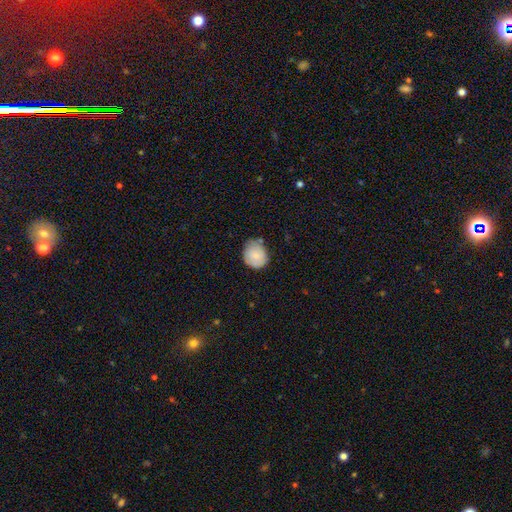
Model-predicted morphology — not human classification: smooth-or-featured: smooth: 77% | featured or disk: 16% | star or artifact: 7%
  how-rounded: round: 70% | in between: 29% | cigar-shaped: 1%
  merging: none: 60% | minor disturbance: 32% | major disturbance: 5% | merger: 3%